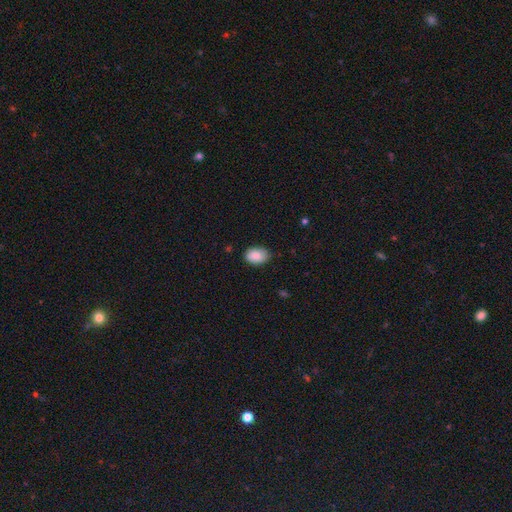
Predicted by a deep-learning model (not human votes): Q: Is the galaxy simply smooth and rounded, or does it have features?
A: smooth — 88%.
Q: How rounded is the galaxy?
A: in between — 83%.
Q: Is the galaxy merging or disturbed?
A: none — 79%.